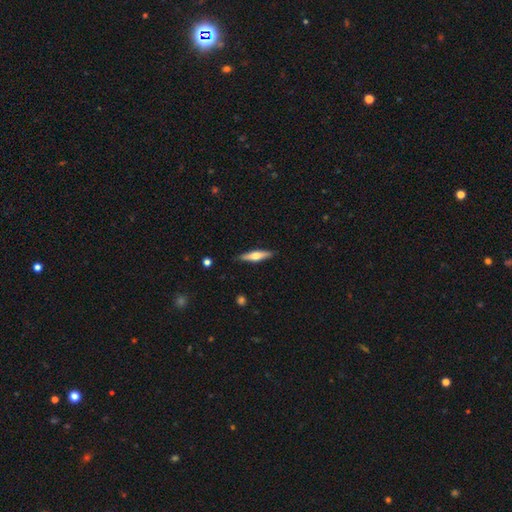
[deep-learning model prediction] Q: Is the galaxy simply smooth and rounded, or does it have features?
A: featured or disk — 49%.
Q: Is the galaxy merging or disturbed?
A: none — 89%.